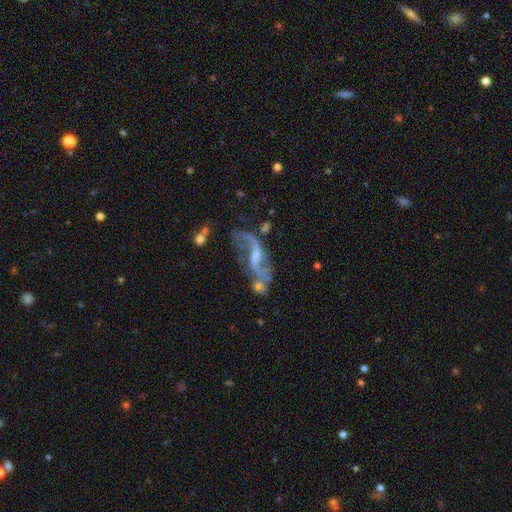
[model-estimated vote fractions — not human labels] Smooth or featured? Predicted: featured or disk (p=0.80). Edge-on disk? Predicted: no (p=0.88). Bar? Predicted: weak (p=0.46). Spiral arms? Predicted: yes (p=0.86). Spiral winding? Predicted: loose (p=0.77). Spiral arm count? Predicted: 2 (p=0.80). Bulge size? Predicted: small (p=0.53). Merging? Predicted: none (p=0.41).